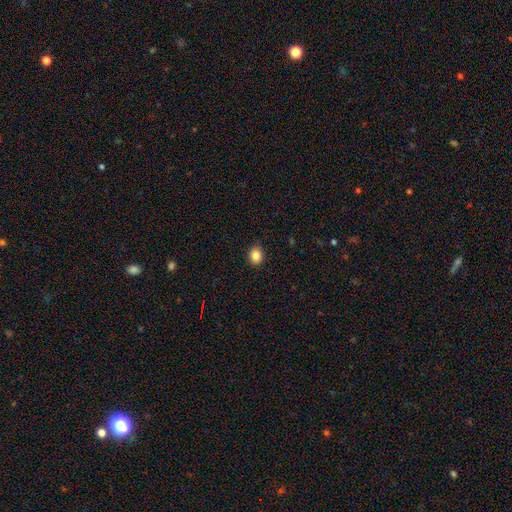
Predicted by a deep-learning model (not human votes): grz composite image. It shows a smooth galaxy with no disk features (86%) that is round (56%). Merging: none (88%).